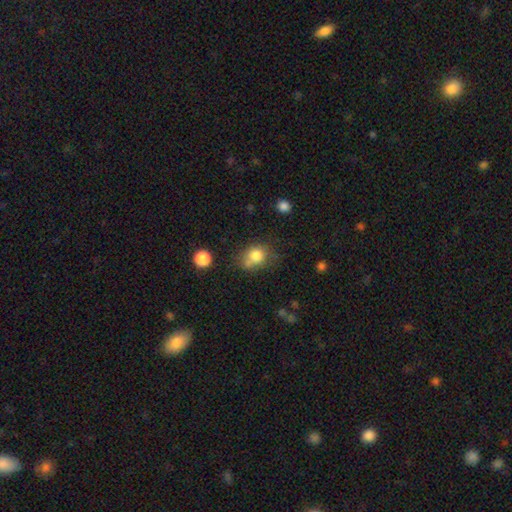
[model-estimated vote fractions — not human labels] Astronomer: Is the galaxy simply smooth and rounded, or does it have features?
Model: smooth — 79%.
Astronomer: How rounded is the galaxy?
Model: round — 60% (runner-up: in between, 39%).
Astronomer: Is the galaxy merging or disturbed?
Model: none — 50%.